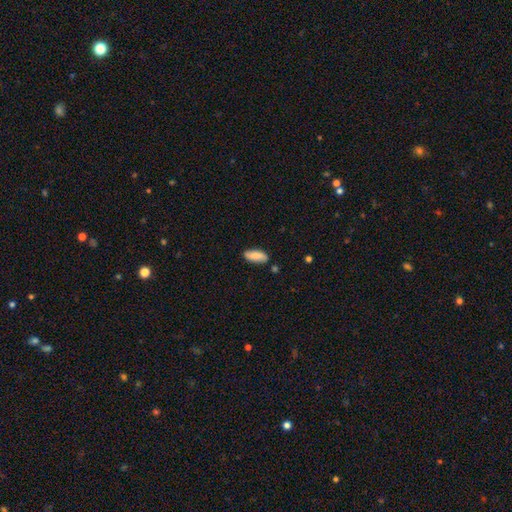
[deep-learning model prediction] The model was most divided on "how rounded": in between: 80%, cigar-shaped: 18%, round: 2%. More confident: smooth or featured — smooth (84%); merging — none (83%).